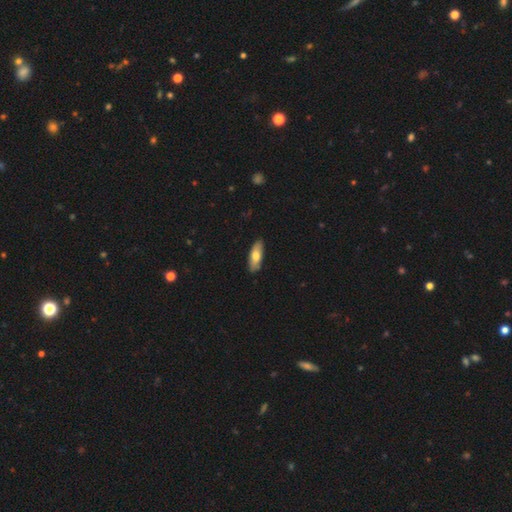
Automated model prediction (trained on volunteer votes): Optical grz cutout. It shows a smooth galaxy with no disk features (69%) that is in between round and cigar-shaped (66%). Merging: none (86%).